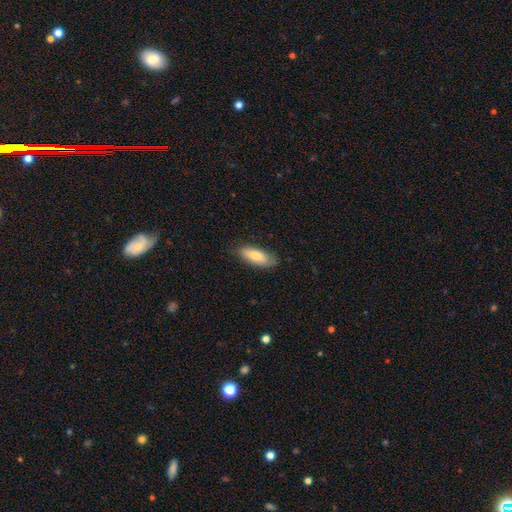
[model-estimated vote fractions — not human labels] smooth-or-featured: smooth: 79% | featured or disk: 15% | star or artifact: 6%
  how-rounded: in between: 66% | cigar-shaped: 32% | round: 2%
  merging: none: 82% | minor disturbance: 14% | major disturbance: 3% | merger: 1%